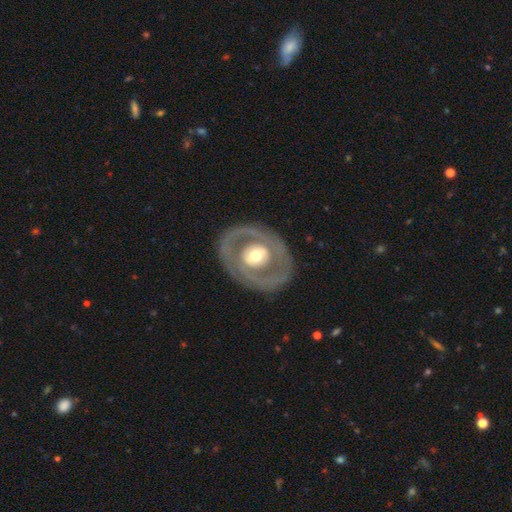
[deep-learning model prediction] Q: Smooth or featured?
A: featured or disk (69%); runner-up: smooth (25%)
Q: Edge-on disk?
A: no (93%); runner-up: yes (7%)
Q: Bar?
A: no (73%); runner-up: weak (18%)
Q: Spiral arms?
A: no (72%); runner-up: yes (28%)
Q: Bulge size?
A: moderate (64%); runner-up: large (23%)
Q: Merging?
A: none (81%); runner-up: minor disturbance (12%)